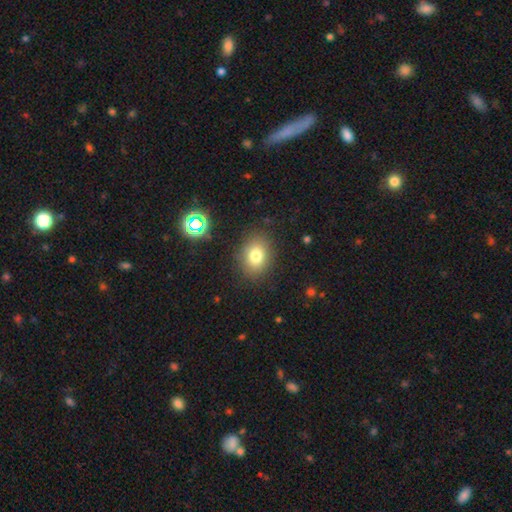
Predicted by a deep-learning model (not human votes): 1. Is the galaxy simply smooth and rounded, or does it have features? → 76% smooth, 14% star or artifact, 10% featured or disk.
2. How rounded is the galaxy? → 54% in between, 45% round, 1% cigar-shaped.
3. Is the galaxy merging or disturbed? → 84% none, 10% minor disturbance, 4% major disturbance, 2% merger.